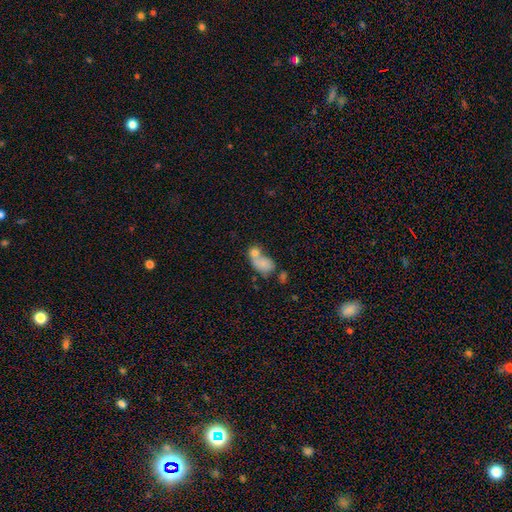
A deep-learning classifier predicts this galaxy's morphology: This is likely a smooth galaxy (73%). How rounded: likely in between (66%). Merging: likely merger (65%).